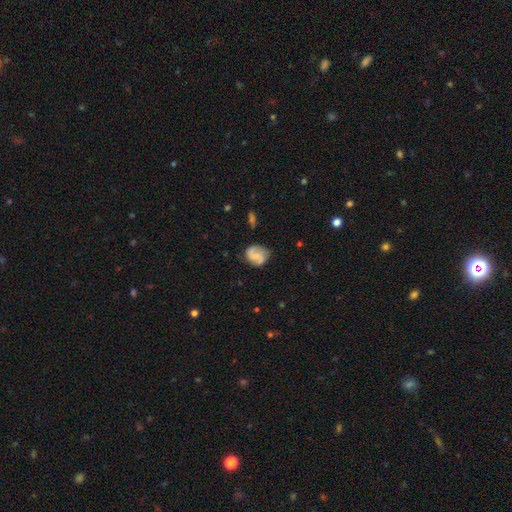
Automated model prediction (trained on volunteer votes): Overall: featured or disk (64%; smooth 29%). Edge-on disk: no (98%). Bar: no (45%; weak 43%). Spiral arms: yes (90%). Spiral arm count: 2 (85%). Spiral winding: medium (44%; loose 33%). Bulge size: small (45%; none 29%). Merging: none (71%).